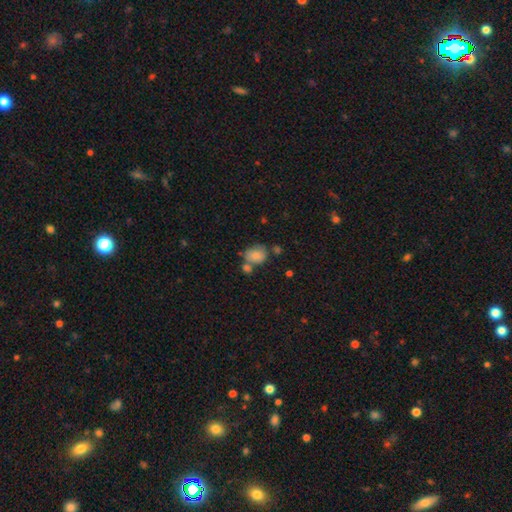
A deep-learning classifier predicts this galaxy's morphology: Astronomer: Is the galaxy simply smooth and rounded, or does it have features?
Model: smooth — 80%.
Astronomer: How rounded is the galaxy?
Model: round — 56% (runner-up: in between, 43%).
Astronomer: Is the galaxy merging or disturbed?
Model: none — 48% (runner-up: merger, 28%).